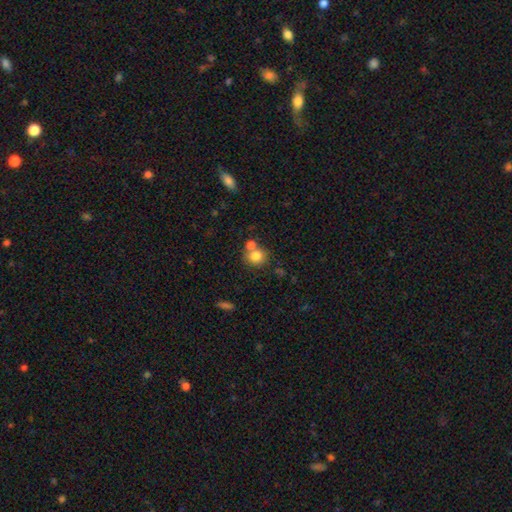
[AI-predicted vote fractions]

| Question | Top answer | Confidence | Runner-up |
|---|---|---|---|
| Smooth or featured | smooth | 80% | featured or disk (10%) |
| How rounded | round | 79% | in between (20%) |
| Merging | none | 55% | merger (32%) |